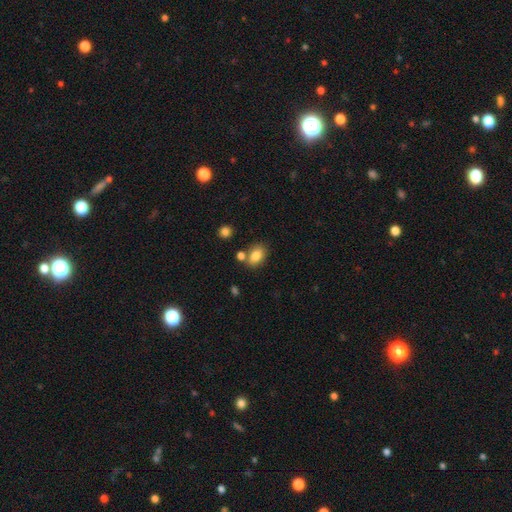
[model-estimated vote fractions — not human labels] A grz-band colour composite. It shows a smooth galaxy with no disk features (83%) that is in between round and cigar-shaped (78%). Merging: none (67%).